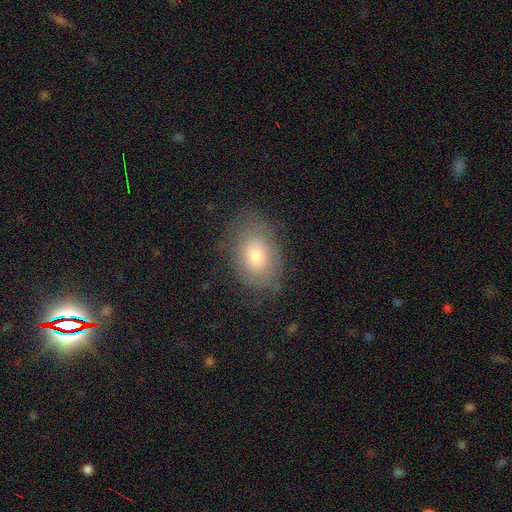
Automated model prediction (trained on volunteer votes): smooth-or-featured: smooth: 61% | featured or disk: 30% | star or artifact: 9%
  how-rounded: in between: 82% | round: 17% | cigar-shaped: 1%
  merging: none: 71% | minor disturbance: 20% | major disturbance: 8% | merger: 1%